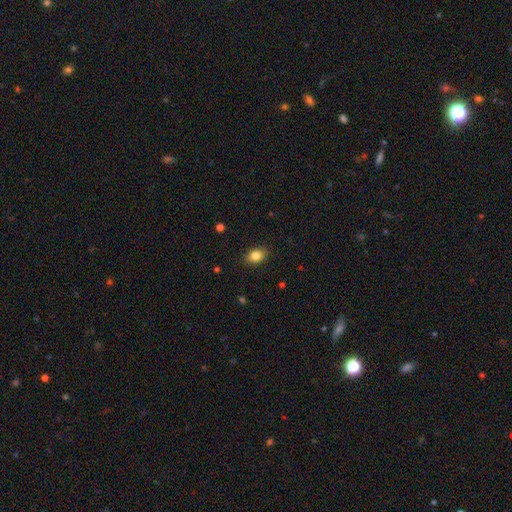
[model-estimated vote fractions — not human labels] Overall: smooth (83%). How rounded: in between (73%). Merging: none (87%).